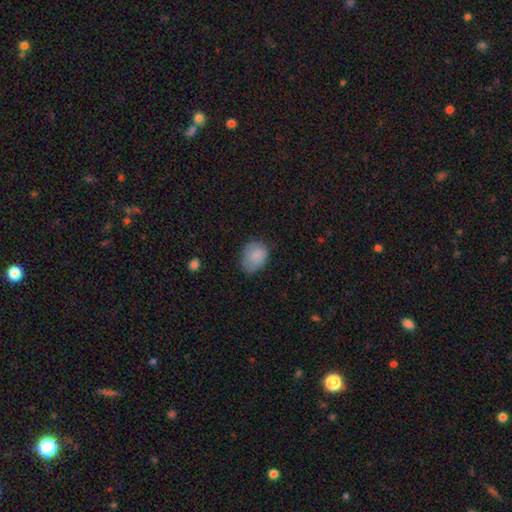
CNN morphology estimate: smooth_or_featured: smooth (p=0.84) [alt: featured or disk p=0.08]
how_rounded: in between (p=0.59) [alt: round p=0.40]
merging: none (p=0.61) [alt: minor disturbance p=0.30]